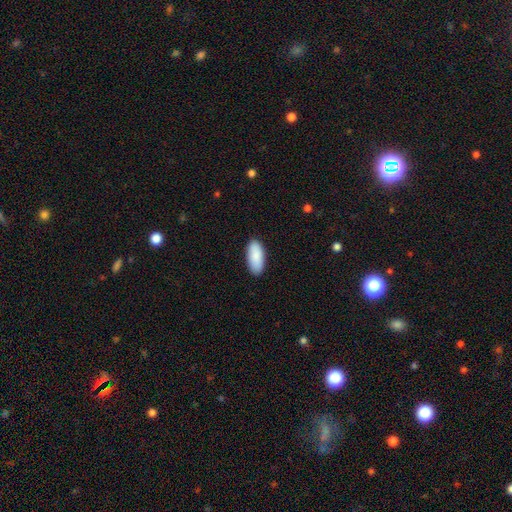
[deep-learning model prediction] Overall: smooth (89%). How rounded: in between (88%). Merging: none (88%).